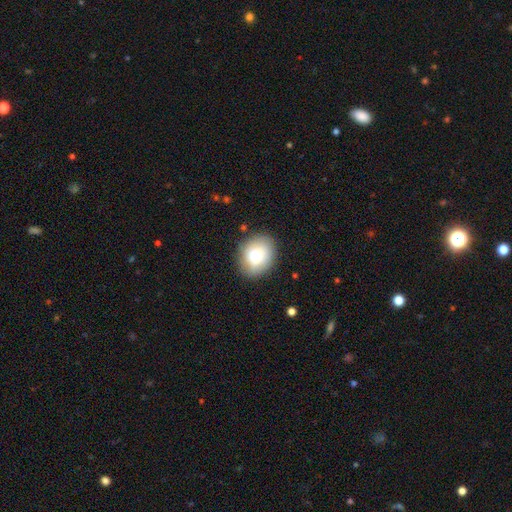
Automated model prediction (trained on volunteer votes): Overall: smooth (74%). How rounded: round (56%; in between 43%). Merging: none (86%).